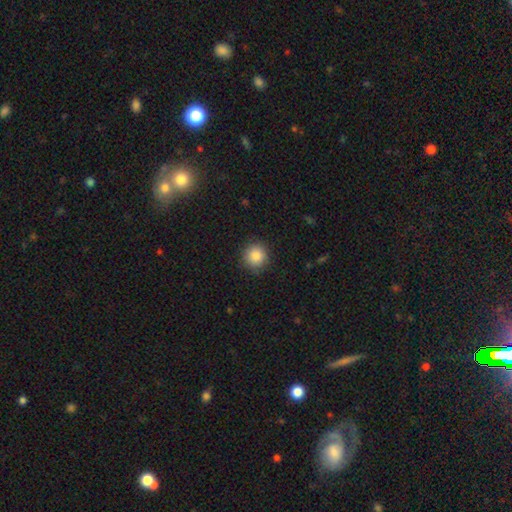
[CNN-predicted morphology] smooth 86%, star or artifact 9%, featured or disk 4%. Down the decision tree: how rounded — round (93%); merging — none (89%).